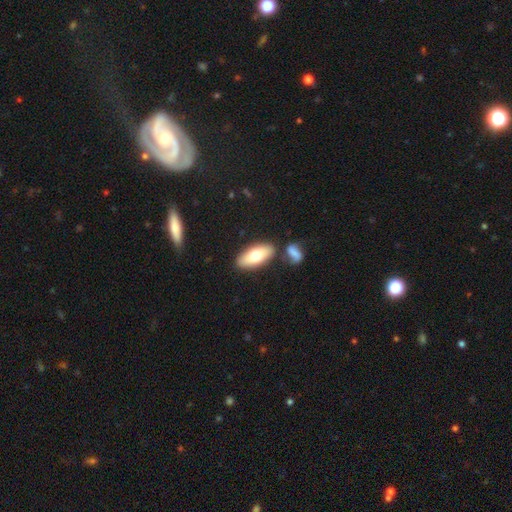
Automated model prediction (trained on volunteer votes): A smooth galaxy with no disk features (71%) that is in between round and cigar-shaped (81%).

Vote fractions:
- Smooth or featured? smooth: 71% / featured or disk: 23% / star or artifact: 6%
- How rounded? in between: 81% / cigar-shaped: 17% / round: 2%
- Merging? none: 77% / minor disturbance: 11% / merger: 10% / major disturbance: 3%